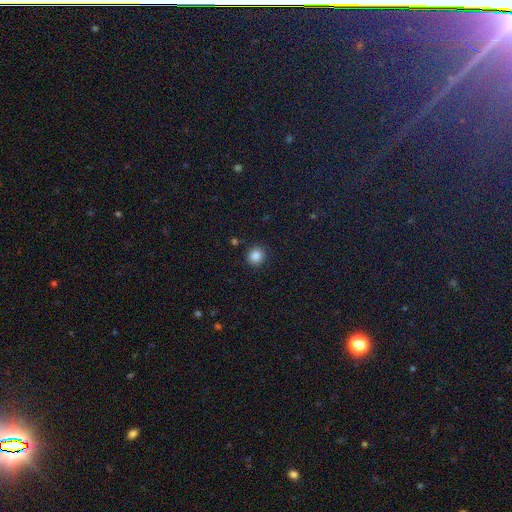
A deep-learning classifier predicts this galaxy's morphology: This appears to be a smooth galaxy with no disk features (86%) that is round (87%). Merging: none (90%).